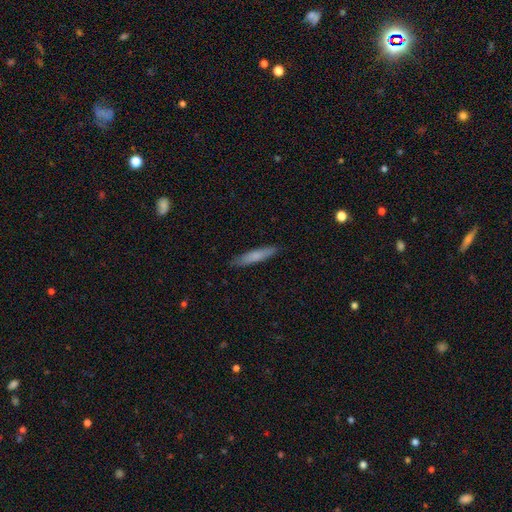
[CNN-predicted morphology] Smooth or featured?
  - smooth: 75% *
  - featured or disk: 20%
  - star or artifact: 6%
How rounded?
  - cigar-shaped: 88% *
  - in between: 10%
  - round: 1%
Merging?
  - none: 87% *
  - minor disturbance: 10%
  - major disturbance: 2%
  - merger: 1%